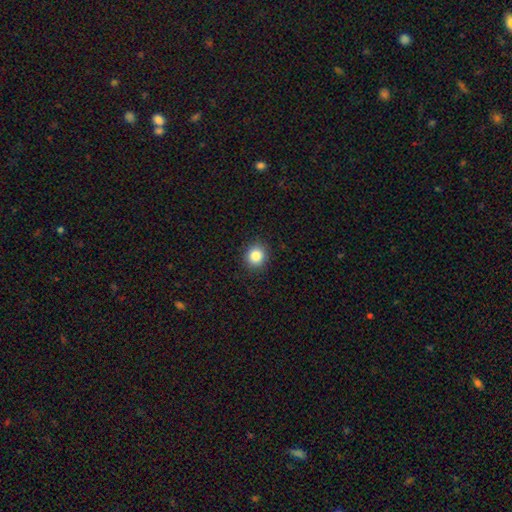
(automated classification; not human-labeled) Smooth or featured? Predicted: smooth (p=0.85). How rounded? Predicted: round (p=0.86). Merging? Predicted: none (p=0.91).